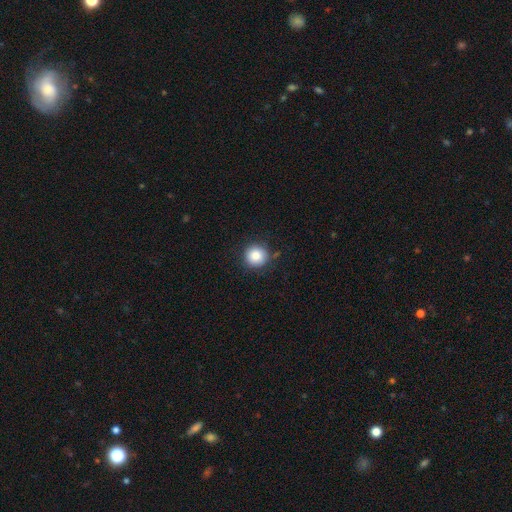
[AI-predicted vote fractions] This is clearly a smooth galaxy (86%). How rounded: clearly round (94%). Merging: clearly none (85%).